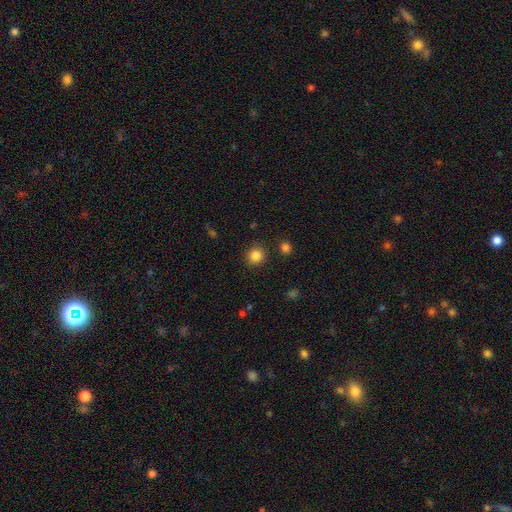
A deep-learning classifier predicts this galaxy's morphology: The model was most divided on "smooth or featured": smooth: 85%, star or artifact: 11%, featured or disk: 4%. More confident: merging — none (88%); how rounded — round (87%).